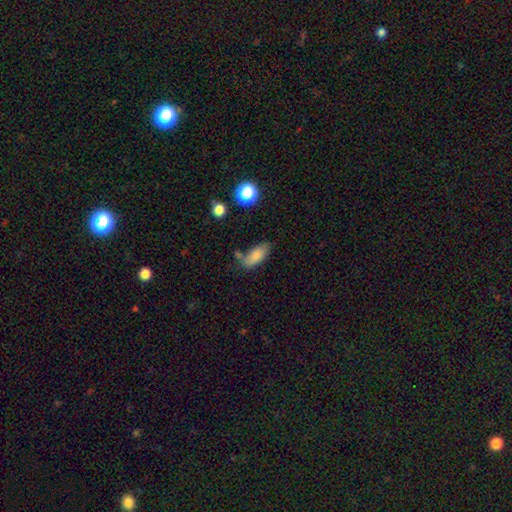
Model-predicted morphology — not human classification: Smooth or featured? smooth (80%)
How rounded? in between (85%)
Merging? none (52%)